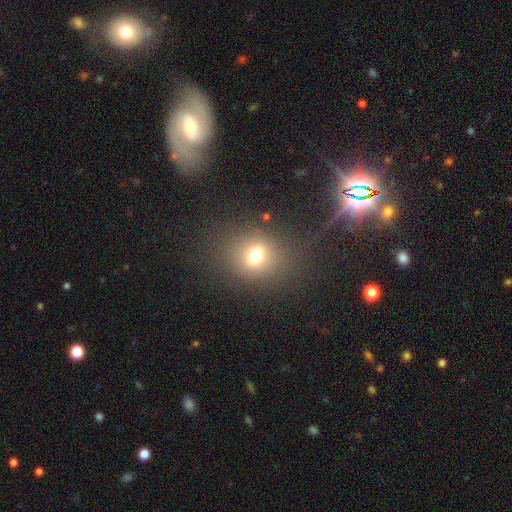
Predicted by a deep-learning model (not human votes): This appears to be a smooth galaxy with no disk features (70%) that is round (58%). Merging: none (76%).